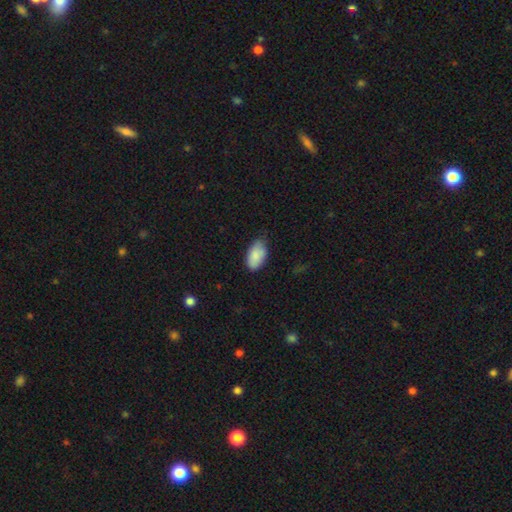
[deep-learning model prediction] smooth_or_featured: smooth (p=0.86) [alt: featured or disk p=0.07]
how_rounded: in between (p=0.95) [alt: round p=0.04]
merging: none (p=0.65) [alt: minor disturbance p=0.29]